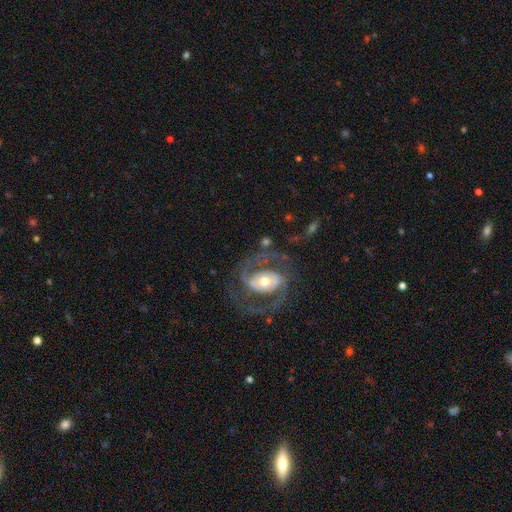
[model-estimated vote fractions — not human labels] Smooth or featured?
  - featured or disk: 86% *
  - star or artifact: 7%
  - smooth: 7%
Edge-on disk?
  - no: 96% *
  - yes: 4%
Bar?
  - strong: 44% *
  - weak: 36%
  - no: 19%
Spiral arms?
  - yes: 93% *
  - no: 7%
Spiral winding?
  - medium: 53% *
  - tight: 32%
  - loose: 15%
Spiral arm count?
  - 2: 88% *
  - can't tell: 5%
  - 3: 3%
  - 1: 2%
  - 4: 1%
  - more than 4: 1%
Bulge size?
  - moderate: 54% *
  - small: 34%
  - large: 10%
  - none: 2%
  - dominant: 2%
Merging?
  - none: 74% *
  - minor disturbance: 13%
  - major disturbance: 11%
  - merger: 2%